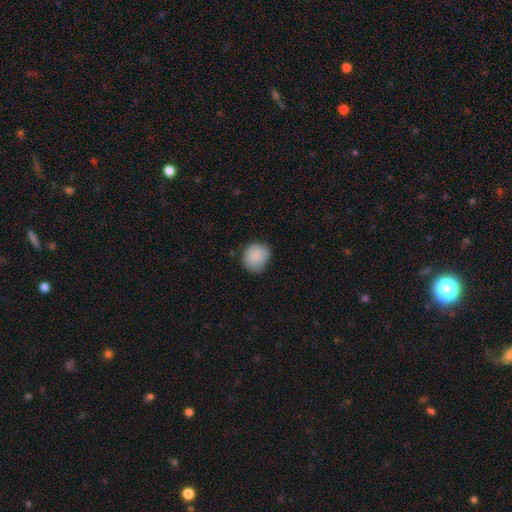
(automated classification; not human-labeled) Smooth or featured: smooth — 87% (star or artifact — 8%)
How rounded: round — 78% (in between — 21%)
Merging: none — 69% (minor disturbance — 26%)